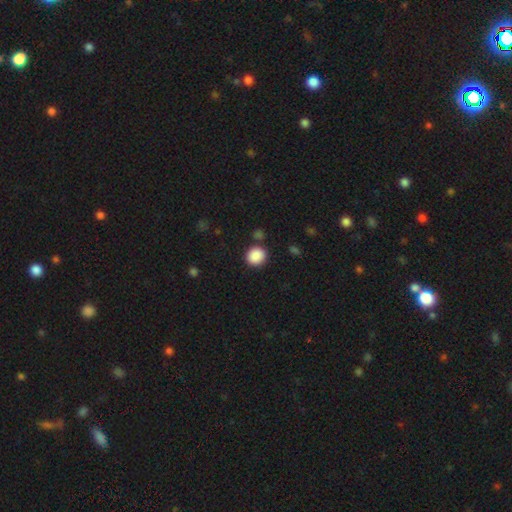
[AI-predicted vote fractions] Smooth or featured? Predicted: smooth (p=0.89). How rounded? Predicted: round (p=0.78). Merging? Predicted: none (p=0.84).